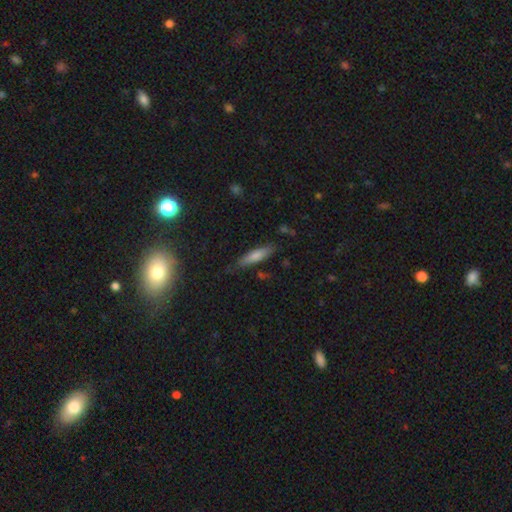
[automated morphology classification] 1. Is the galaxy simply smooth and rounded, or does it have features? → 71% smooth, 22% featured or disk, 7% star or artifact.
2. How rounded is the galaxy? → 75% cigar-shaped, 23% in between, 2% round.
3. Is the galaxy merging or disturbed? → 77% none, 17% minor disturbance, 4% major disturbance, 3% merger.